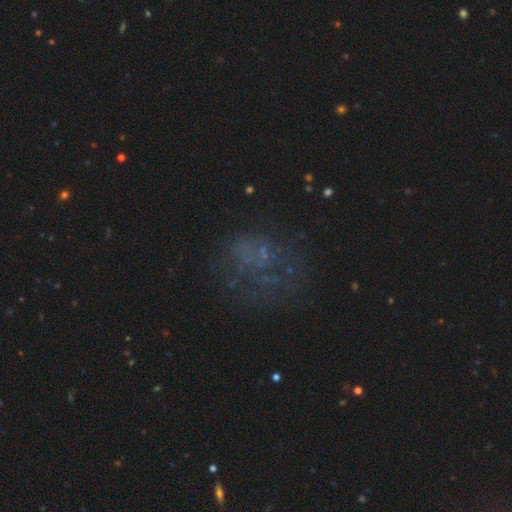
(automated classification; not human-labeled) Smooth or featured? Predicted: featured or disk (p=0.40). Merging? Predicted: none (p=0.50).